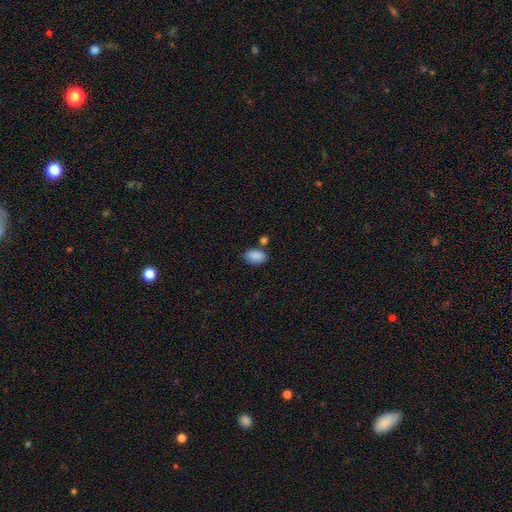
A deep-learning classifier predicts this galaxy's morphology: Smooth or featured?
  - smooth: 89% *
  - star or artifact: 8%
  - featured or disk: 4%
How rounded?
  - in between: 87% *
  - round: 12%
  - cigar-shaped: 1%
Merging?
  - none: 74% *
  - minor disturbance: 13%
  - merger: 10%
  - major disturbance: 4%